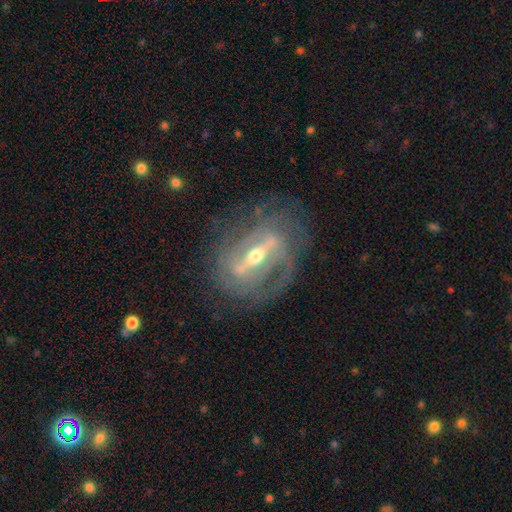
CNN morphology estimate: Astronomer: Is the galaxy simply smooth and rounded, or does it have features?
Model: featured or disk — 88%.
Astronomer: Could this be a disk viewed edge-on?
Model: no — 82%.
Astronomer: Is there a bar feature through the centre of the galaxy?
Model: strong — 78%.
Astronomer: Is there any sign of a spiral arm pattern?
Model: yes — 82%.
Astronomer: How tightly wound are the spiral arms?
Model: tight — 49% (runner-up: medium, 36%).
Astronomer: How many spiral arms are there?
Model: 2 — 52%.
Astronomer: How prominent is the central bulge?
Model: moderate — 58% (runner-up: small, 36%).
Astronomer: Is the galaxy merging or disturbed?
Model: none — 68%.